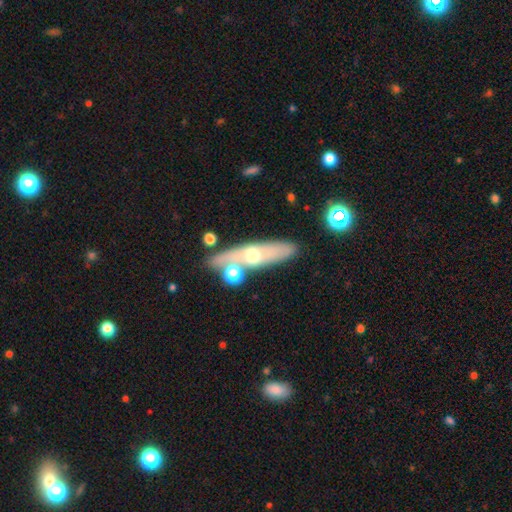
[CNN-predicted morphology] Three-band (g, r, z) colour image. It shows a featured or disk galaxy (57%) viewed edge-on (58%). Merging: none (68%).